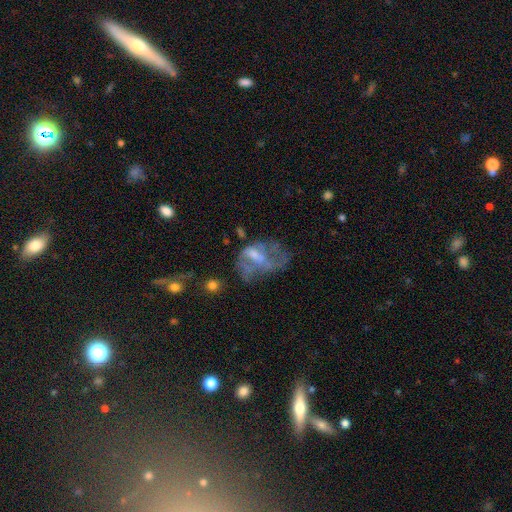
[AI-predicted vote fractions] A featured or disk galaxy (56%) with no bar (66%), no spiral arms (78%) and no central bulge (32%, tied with small). Merging: major disturbance (46%).